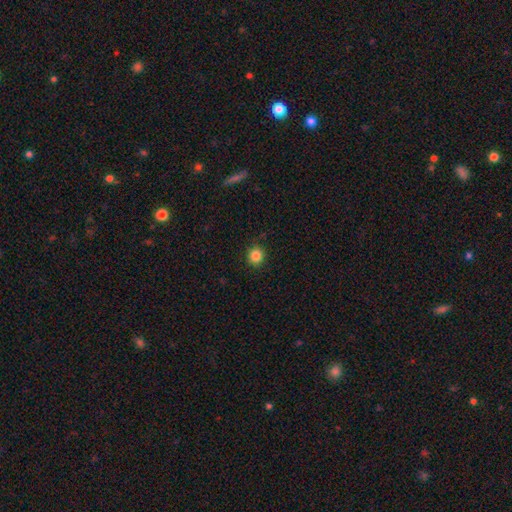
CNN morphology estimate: Smooth or featured? smooth (85%)
How rounded? round (90%)
Merging? none (90%)